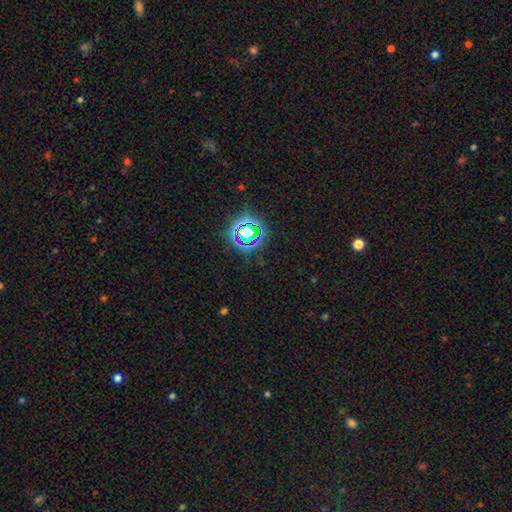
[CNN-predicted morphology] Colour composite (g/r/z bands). It shows a star or artifact, not a galaxy (79%).